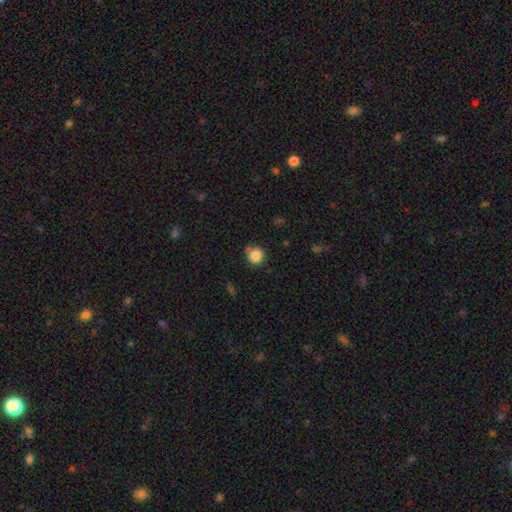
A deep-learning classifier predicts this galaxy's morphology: Smooth or featured?
  - smooth: 86% *
  - star or artifact: 10%
  - featured or disk: 4%
How rounded?
  - round: 92% *
  - in between: 7%
  - cigar-shaped: 1%
Merging?
  - none: 74% *
  - minor disturbance: 17%
  - merger: 5%
  - major disturbance: 4%